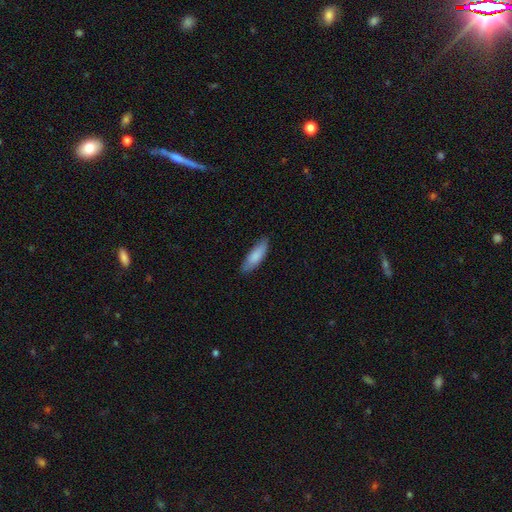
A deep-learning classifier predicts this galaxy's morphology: smooth_or_featured: smooth (p=0.85) [alt: featured or disk p=0.10]
how_rounded: in between (p=0.54) [alt: cigar-shaped p=0.45]
merging: none (p=0.82) [alt: minor disturbance p=0.14]